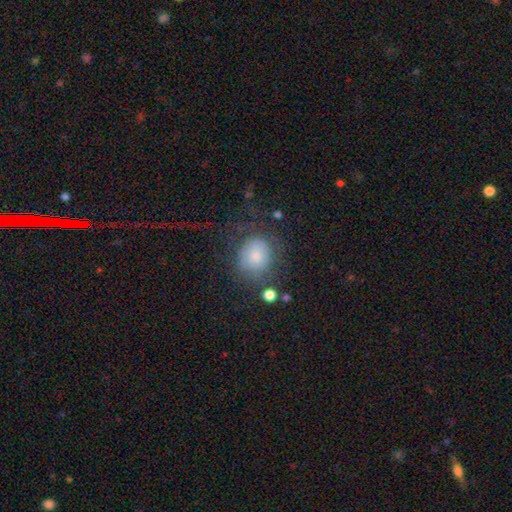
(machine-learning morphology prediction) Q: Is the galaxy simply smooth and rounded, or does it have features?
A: smooth — 73%.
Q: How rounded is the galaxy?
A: round — 77%.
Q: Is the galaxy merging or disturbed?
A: none — 54%.